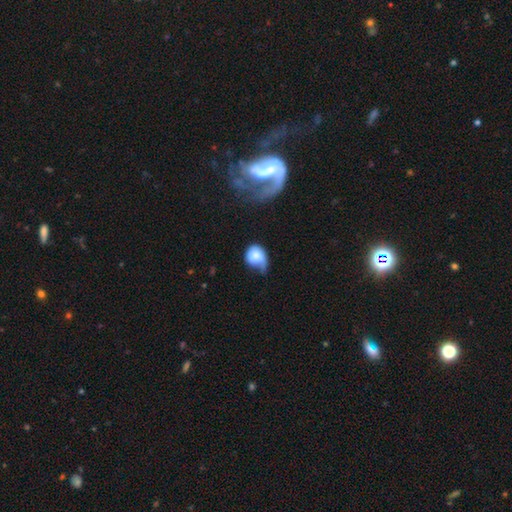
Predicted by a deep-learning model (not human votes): smooth 73%, featured or disk 21%, star or artifact 7%. Down the decision tree: how rounded — round (57%); merging — minor disturbance (40%).